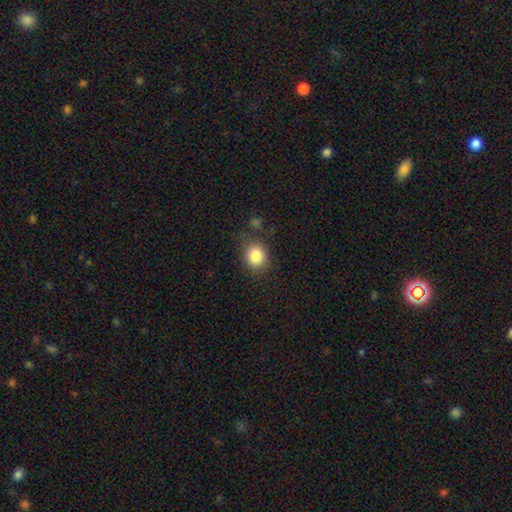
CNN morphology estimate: This is clearly a smooth galaxy (84%). How rounded: likely round (72%). Merging: likely none (79%).